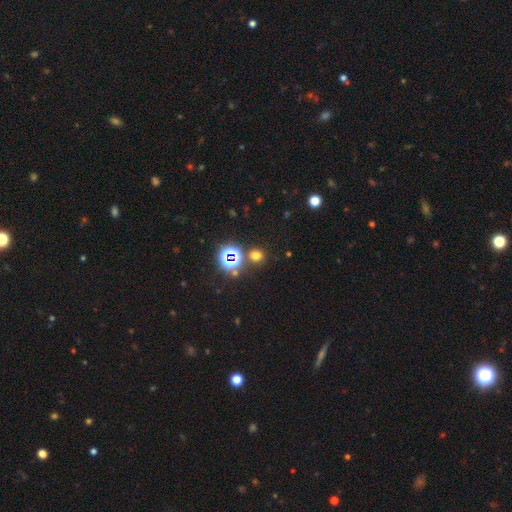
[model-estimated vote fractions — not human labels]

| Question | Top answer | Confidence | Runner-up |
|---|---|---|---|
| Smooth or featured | smooth | 61% | star or artifact (33%) |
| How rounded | round | 79% | in between (20%) |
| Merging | none | 81% | minor disturbance (8%) |